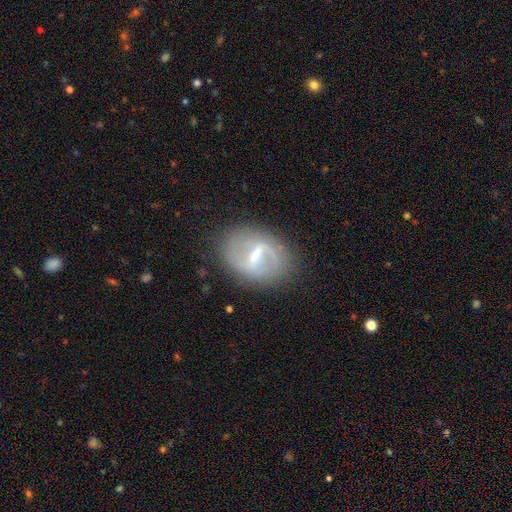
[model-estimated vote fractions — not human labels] smooth_or_featured: featured or disk (p=0.70) [alt: smooth p=0.22]
disk_edge_on: no (p=0.93) [alt: yes p=0.07]
bar: strong (p=0.62) [alt: weak p=0.30]
has_spiral_arms: yes (p=0.55) [alt: no p=0.45]
bulge_size: moderate (p=0.38) [alt: small p=0.31]
merging: none (p=0.73) [alt: minor disturbance p=0.16]